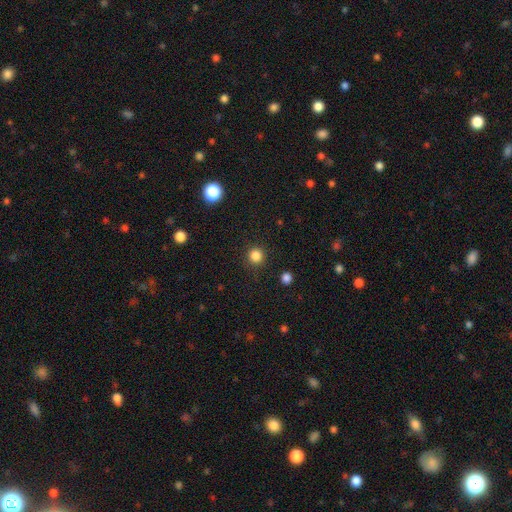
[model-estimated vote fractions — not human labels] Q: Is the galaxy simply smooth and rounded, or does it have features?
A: smooth — 84%.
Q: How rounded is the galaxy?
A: round — 94%.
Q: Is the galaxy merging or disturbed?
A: none — 90%.